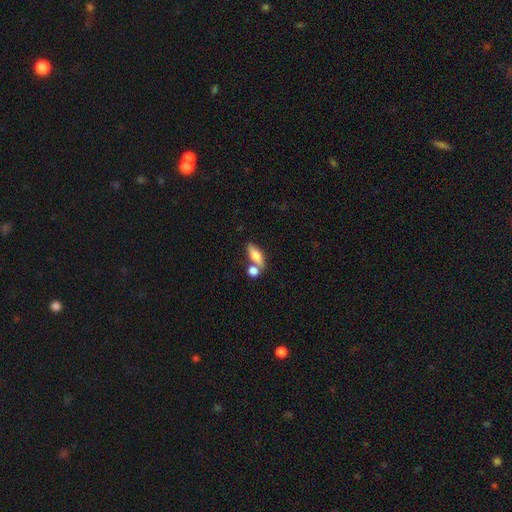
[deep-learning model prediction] smooth_or_featured: smooth (p=0.65) [alt: featured or disk p=0.27]
how_rounded: in between (p=0.61) [alt: cigar-shaped p=0.30]
merging: none (p=0.57) [alt: merger p=0.27]